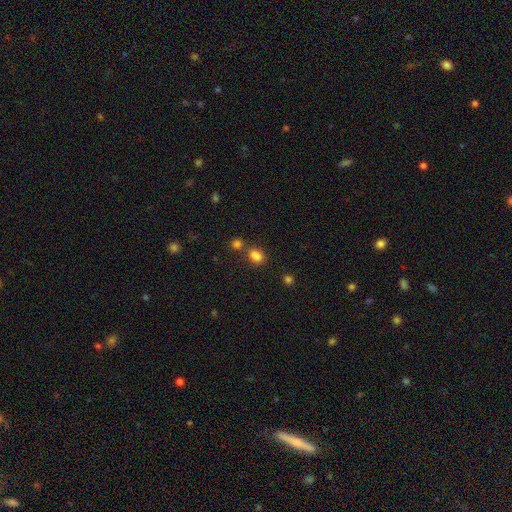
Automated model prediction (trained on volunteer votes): A smooth galaxy with no disk features (82%) that is in between round and cigar-shaped (70%).

Vote fractions:
- Smooth or featured? smooth: 82% / star or artifact: 13% / featured or disk: 5%
- How rounded? in between: 70% / round: 28% / cigar-shaped: 2%
- Merging? none: 57% / merger: 25% / minor disturbance: 13% / major disturbance: 5%